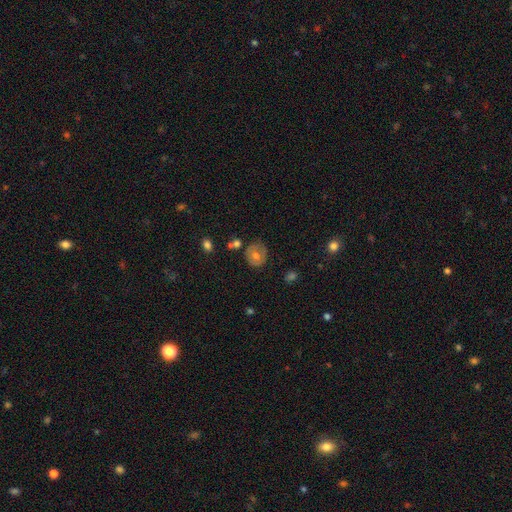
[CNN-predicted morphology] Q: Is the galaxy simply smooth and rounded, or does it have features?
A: smooth — 51%.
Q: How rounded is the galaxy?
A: round — 76%.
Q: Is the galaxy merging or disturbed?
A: none — 72%.